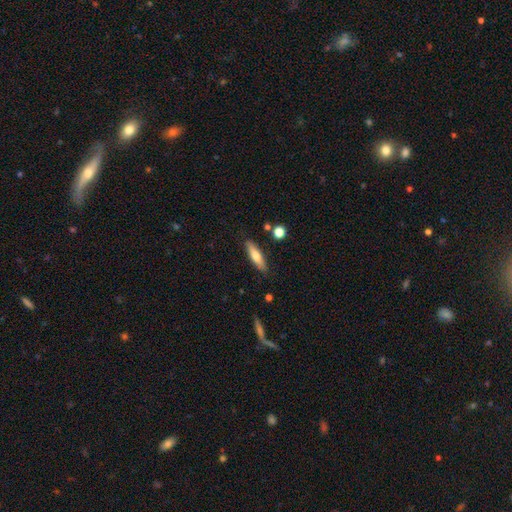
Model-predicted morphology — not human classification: This is likely a smooth galaxy (64%). How rounded: likely cigar-shaped (67%). Merging: clearly none (86%).